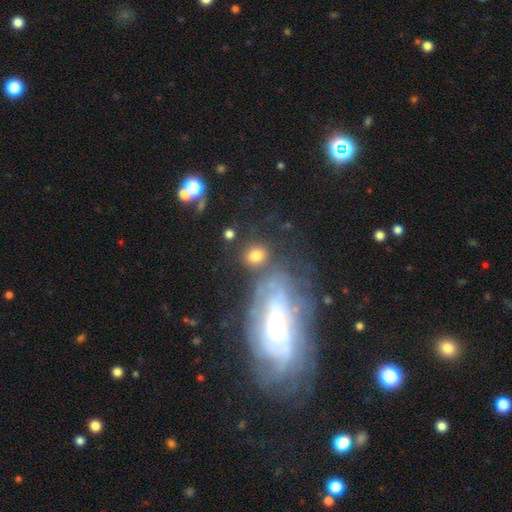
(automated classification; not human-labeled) A smooth galaxy with no disk features (75%) that is round (69%). Merging: none (70%).